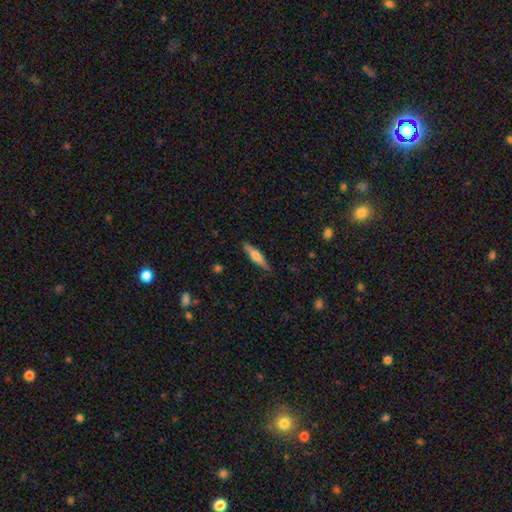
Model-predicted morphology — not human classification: smooth_or_featured: smooth (p=0.51) [alt: featured or disk p=0.43]
how_rounded: cigar-shaped (p=0.83) [alt: in between p=0.15]
merging: none (p=0.87) [alt: minor disturbance p=0.10]